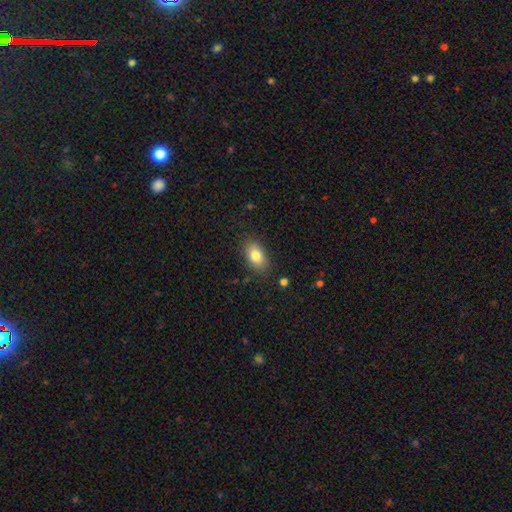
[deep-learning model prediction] A smooth galaxy with no disk features (81%) that is in between round and cigar-shaped (90%). Merging: none (85%).